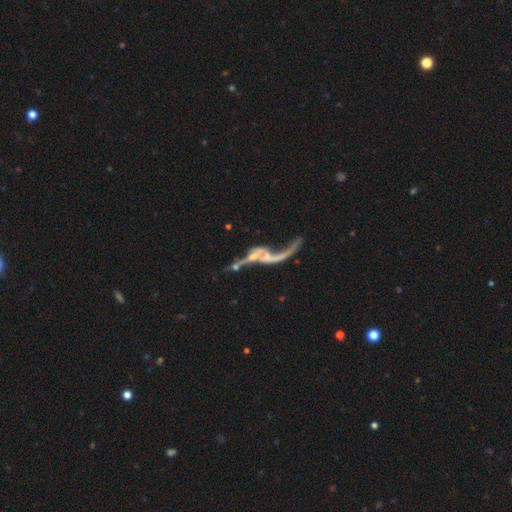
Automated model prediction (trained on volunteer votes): smooth-or-featured: featured or disk: 78% | smooth: 12% | star or artifact: 10%
  disk-edge-on: no: 87% | yes: 13%
    bar: no: 66% | weak: 24% | strong: 10%
    has-spiral-arms: yes: 65% | no: 35%
    bulge-size: small: 41% | none: 40% | moderate: 15% | large: 3% | dominant: 2%
  merging: merger: 44% | major disturbance: 28% | none: 19% | minor disturbance: 9%